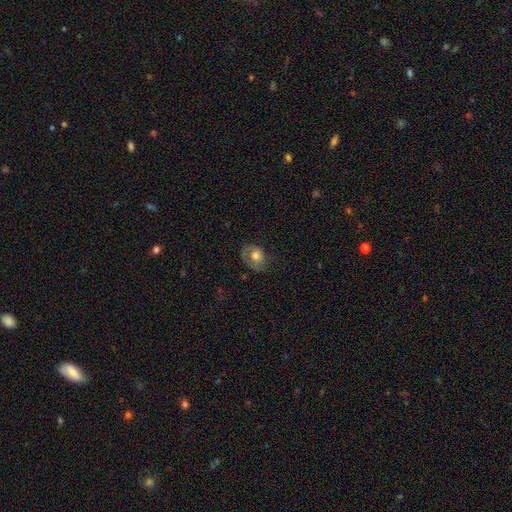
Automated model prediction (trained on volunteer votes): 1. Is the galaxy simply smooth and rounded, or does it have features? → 63% smooth, 29% featured or disk, 8% star or artifact.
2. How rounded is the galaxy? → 60% in between, 39% round, 1% cigar-shaped.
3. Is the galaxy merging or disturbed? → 58% none, 26% minor disturbance, 14% major disturbance, 2% merger.